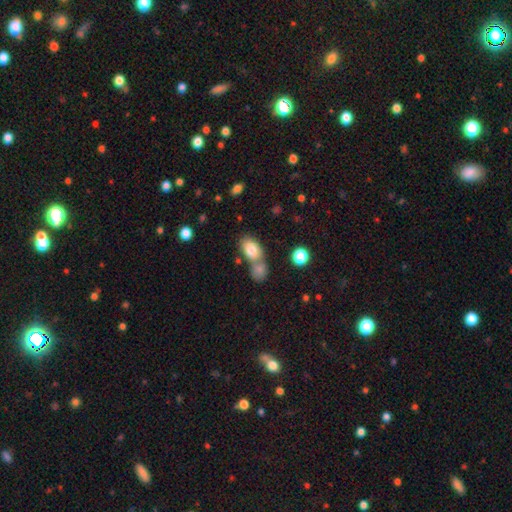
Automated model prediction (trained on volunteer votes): smooth 70%, star or artifact 15%, featured or disk 15%. Down the decision tree: how rounded — in between (74%); merging — none (50%).